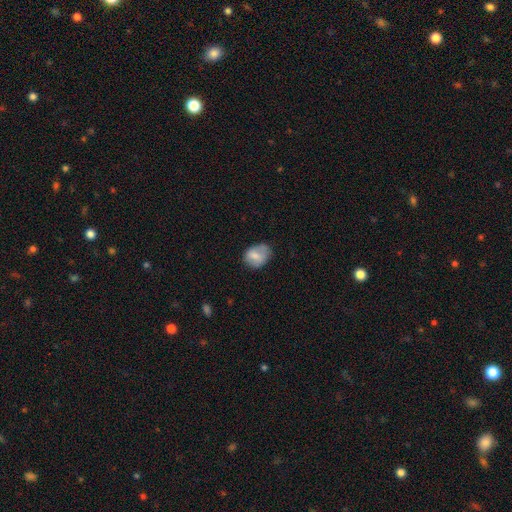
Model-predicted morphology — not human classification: Smooth or featured?
  - smooth: 74% *
  - featured or disk: 19%
  - star or artifact: 8%
How rounded?
  - in between: 62% *
  - round: 37%
  - cigar-shaped: 1%
Merging?
  - none: 57% *
  - minor disturbance: 32%
  - major disturbance: 10%
  - merger: 2%